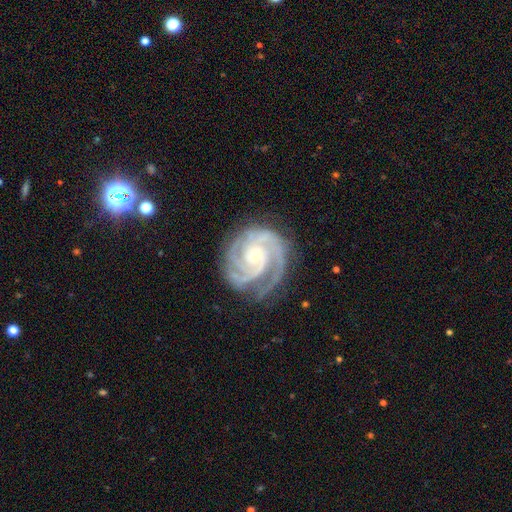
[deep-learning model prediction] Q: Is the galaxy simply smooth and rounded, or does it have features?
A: featured or disk — 92%.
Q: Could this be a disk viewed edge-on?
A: no — 98%.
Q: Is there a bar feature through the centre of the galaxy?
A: no — 70%.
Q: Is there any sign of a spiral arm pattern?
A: yes — 99%.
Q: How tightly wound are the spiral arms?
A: tight — 72%.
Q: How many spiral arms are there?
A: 3 — 48%.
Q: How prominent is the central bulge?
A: small — 71%.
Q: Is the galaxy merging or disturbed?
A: none — 74%.